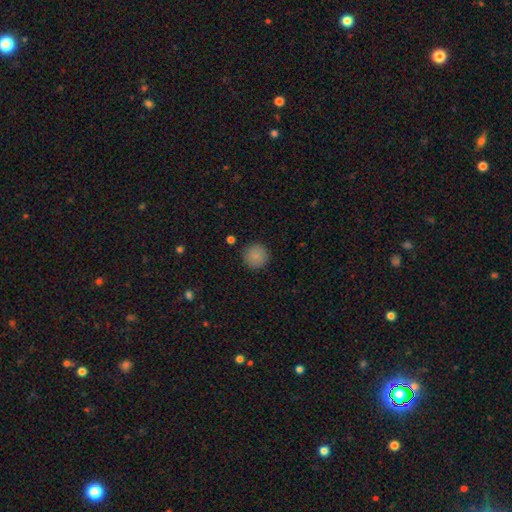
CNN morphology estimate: smooth 86%, star or artifact 8%, featured or disk 5%. Down the decision tree: how rounded — round (95%); merging — none (90%).